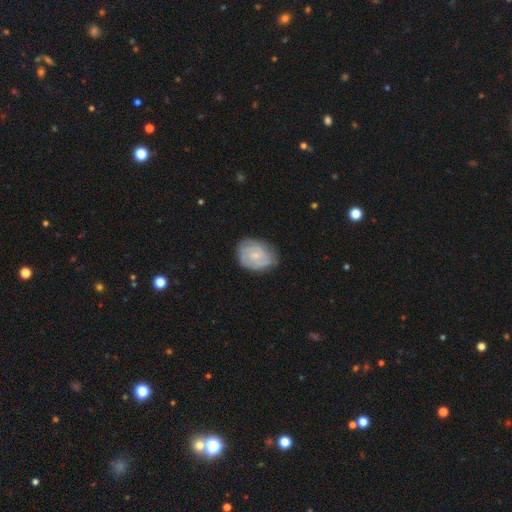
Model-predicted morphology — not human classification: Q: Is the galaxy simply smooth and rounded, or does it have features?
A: featured or disk — 72%.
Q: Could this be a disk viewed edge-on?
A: no — 98%.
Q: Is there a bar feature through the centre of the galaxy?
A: no — 56%.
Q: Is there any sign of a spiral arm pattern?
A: yes — 90%.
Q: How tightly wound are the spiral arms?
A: tight — 66%.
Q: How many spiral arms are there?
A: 2 — 48%.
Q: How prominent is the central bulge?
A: small — 65%.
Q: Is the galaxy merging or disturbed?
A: none — 71%.